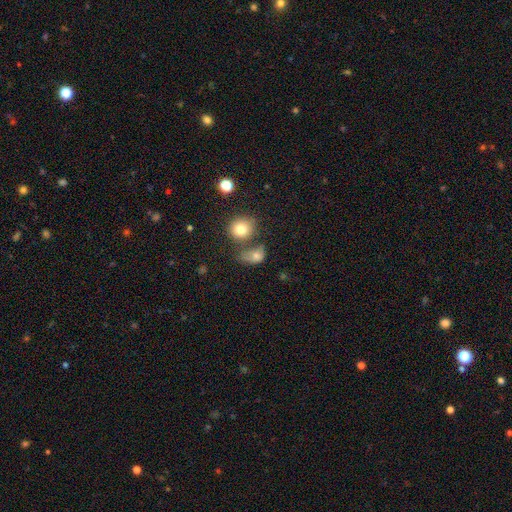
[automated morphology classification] Q: Smooth or featured?
A: smooth (74%); runner-up: featured or disk (14%)
Q: How rounded?
A: in between (57%); runner-up: round (41%)
Q: Merging?
A: none (30%); runner-up: merger (29%)